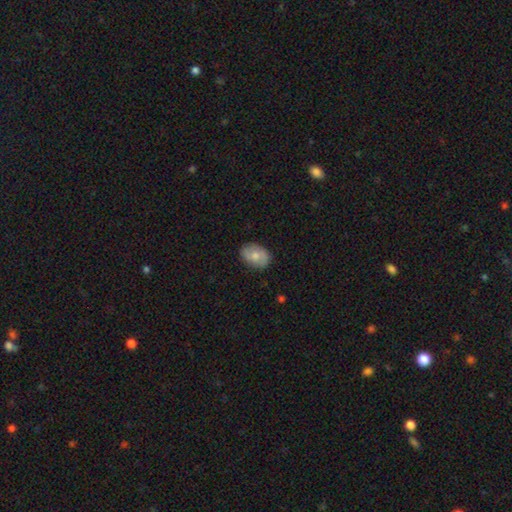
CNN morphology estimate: The model was most divided on "smooth or featured": smooth: 58%, featured or disk: 35%, star or artifact: 7%. More confident: merging — none (83%); how rounded — in between (76%).